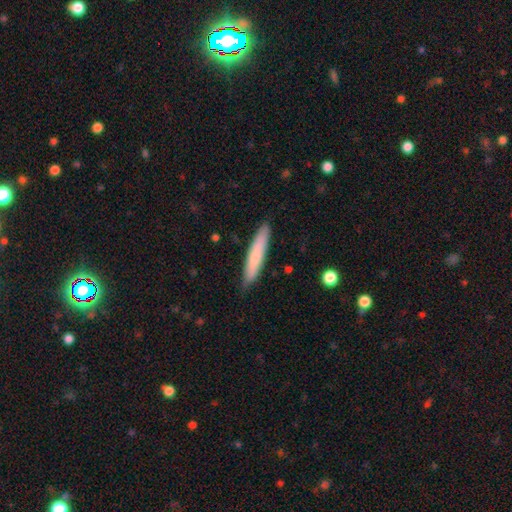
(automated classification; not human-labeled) A smooth galaxy with no disk features (74%) that is cigar-shaped (91%).

Vote fractions:
- Smooth or featured? smooth: 74% / featured or disk: 21% / star or artifact: 5%
- How rounded? cigar-shaped: 91% / in between: 7% / round: 1%
- Merging? none: 86% / minor disturbance: 11% / major disturbance: 2% / merger: 1%